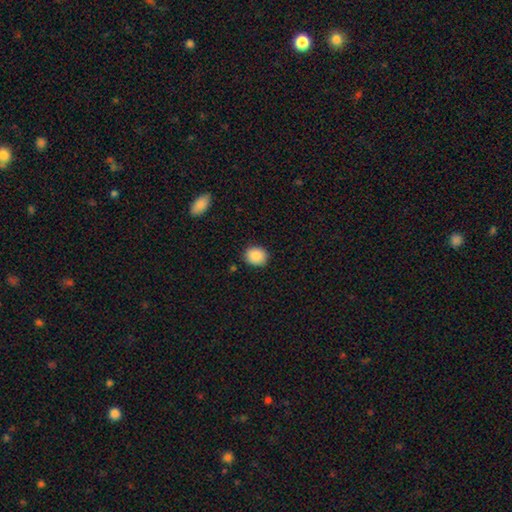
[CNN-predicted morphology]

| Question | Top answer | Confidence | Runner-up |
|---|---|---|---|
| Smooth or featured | smooth | 89% | star or artifact (8%) |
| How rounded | round | 65% | in between (34%) |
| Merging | none | 87% | minor disturbance (9%) |